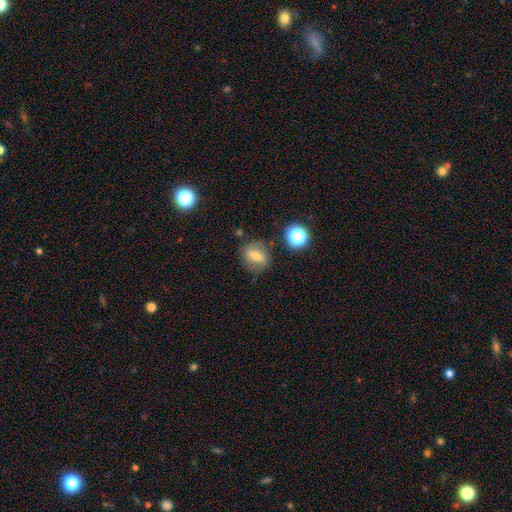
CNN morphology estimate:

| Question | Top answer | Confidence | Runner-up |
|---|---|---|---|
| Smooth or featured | smooth | 63% | featured or disk (24%) |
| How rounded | round | 54% | in between (43%) |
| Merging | none | 72% | minor disturbance (18%) |